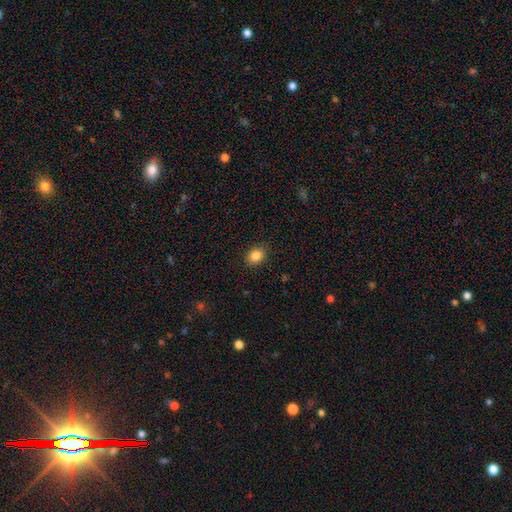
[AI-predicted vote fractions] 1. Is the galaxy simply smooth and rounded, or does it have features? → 85% smooth, 10% star or artifact, 5% featured or disk.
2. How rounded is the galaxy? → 56% in between, 43% round, 1% cigar-shaped.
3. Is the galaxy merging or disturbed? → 88% none, 9% minor disturbance, 2% major disturbance, 1% merger.